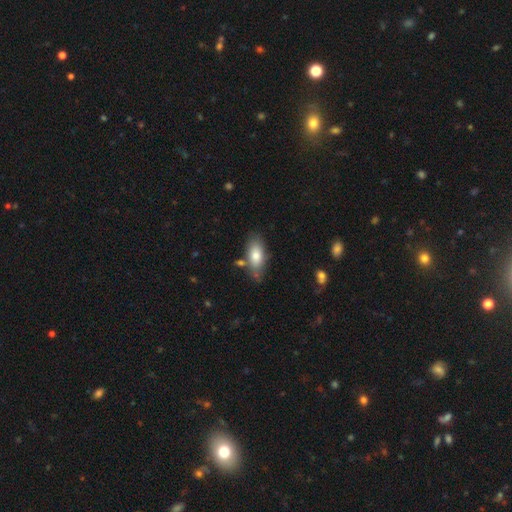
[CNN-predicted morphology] The model was most divided on "merging": none: 71%, minor disturbance: 17%, merger: 7%, major disturbance: 4%. More confident: how rounded — in between (84%); smooth or featured — smooth (77%).